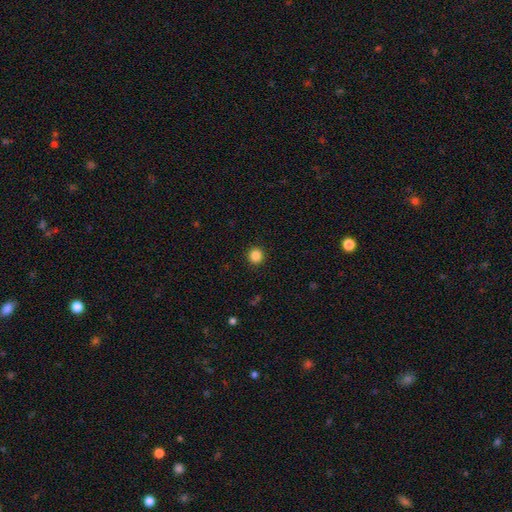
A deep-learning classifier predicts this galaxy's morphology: smooth_or_featured: smooth (p=0.86) [alt: star or artifact p=0.11]
how_rounded: round (p=0.90) [alt: in between p=0.09]
merging: none (p=0.92) [alt: minor disturbance p=0.05]